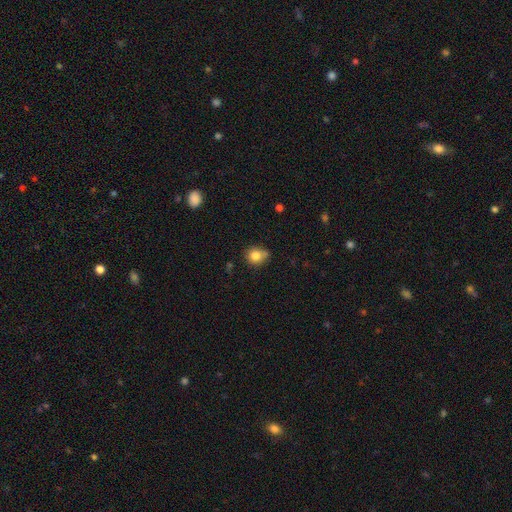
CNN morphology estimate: Smooth or featured? Predicted: smooth (p=0.81). How rounded? Predicted: round (p=0.76). Merging? Predicted: none (p=0.64).